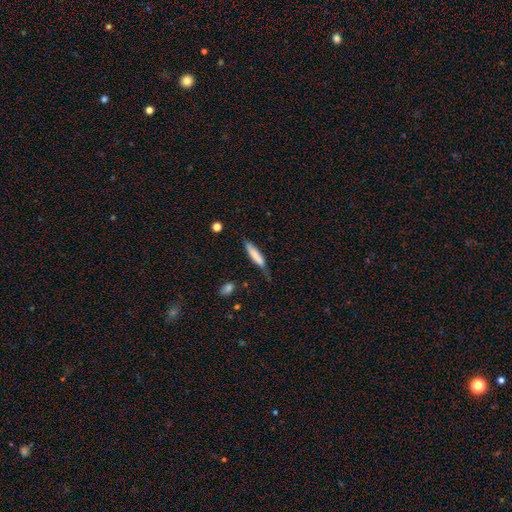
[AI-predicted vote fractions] smooth_or_featured: smooth (p=0.72) [alt: featured or disk p=0.22]
how_rounded: cigar-shaped (p=0.83) [alt: in between p=0.16]
merging: none (p=0.53) [alt: minor disturbance p=0.33]